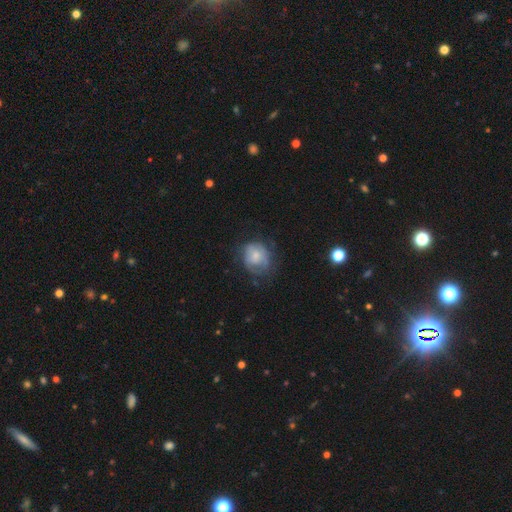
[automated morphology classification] Smooth or featured? smooth (59%)
How rounded? round (69%)
Merging? none (52%)